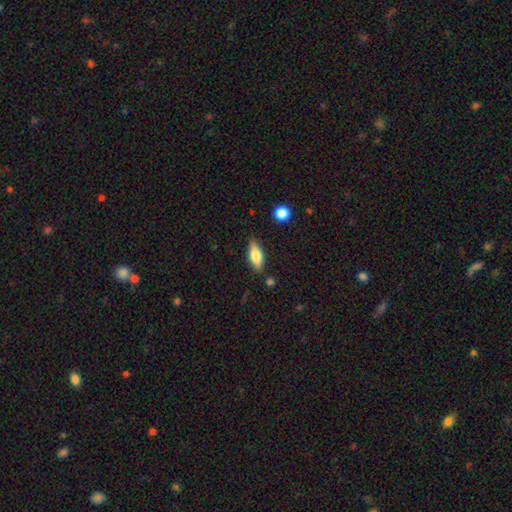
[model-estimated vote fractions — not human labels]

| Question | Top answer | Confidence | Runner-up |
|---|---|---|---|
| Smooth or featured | smooth | 70% | featured or disk (23%) |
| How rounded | in between | 71% | cigar-shaped (26%) |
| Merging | none | 80% | minor disturbance (14%) |